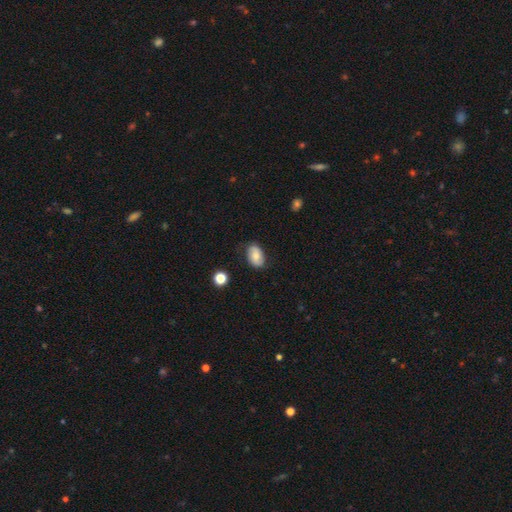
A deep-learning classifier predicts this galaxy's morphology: Q: Smooth or featured?
A: smooth (69%); runner-up: featured or disk (22%)
Q: How rounded?
A: in between (88%); runner-up: round (11%)
Q: Merging?
A: none (77%); runner-up: minor disturbance (18%)